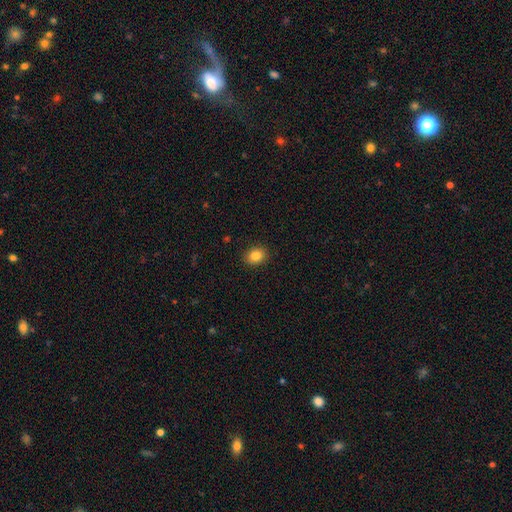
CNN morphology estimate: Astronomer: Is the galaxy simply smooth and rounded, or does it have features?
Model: smooth — 85%.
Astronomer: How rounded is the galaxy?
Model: in between — 50% (runner-up: round, 49%).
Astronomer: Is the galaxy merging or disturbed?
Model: none — 90%.